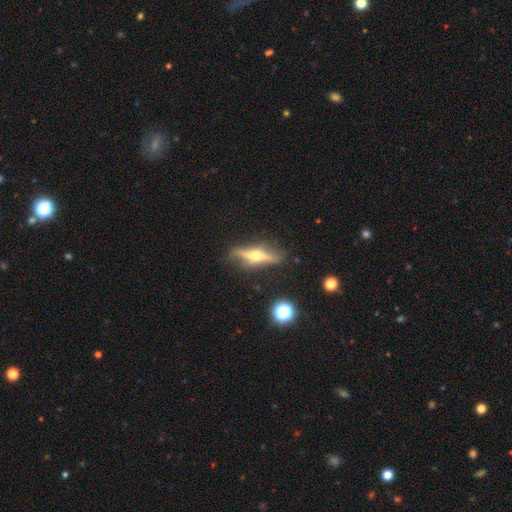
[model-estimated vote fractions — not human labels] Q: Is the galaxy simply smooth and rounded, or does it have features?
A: featured or disk — 74%.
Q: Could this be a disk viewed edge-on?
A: yes — 94%.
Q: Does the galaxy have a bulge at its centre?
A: rounded — 95%.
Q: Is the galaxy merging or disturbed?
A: none — 82%.